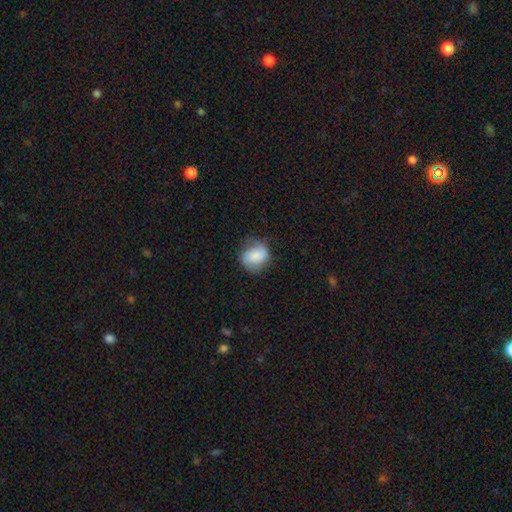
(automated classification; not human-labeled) Q: Smooth or featured?
A: smooth (70%); runner-up: featured or disk (22%)
Q: How rounded?
A: round (64%); runner-up: in between (35%)
Q: Merging?
A: none (66%); runner-up: minor disturbance (24%)